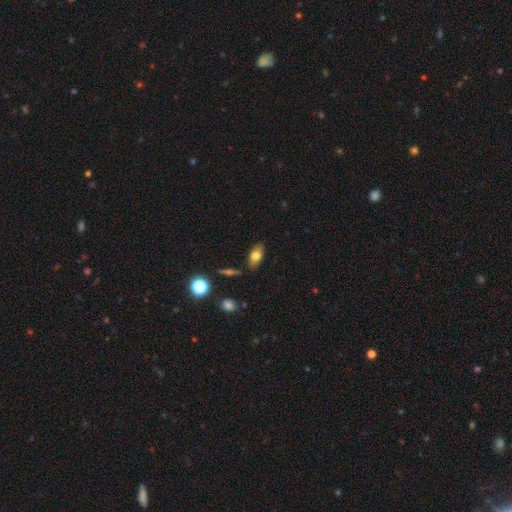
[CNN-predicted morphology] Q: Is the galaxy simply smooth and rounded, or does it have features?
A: smooth — 73%.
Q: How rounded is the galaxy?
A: in between — 85%.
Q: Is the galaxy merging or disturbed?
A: none — 84%.